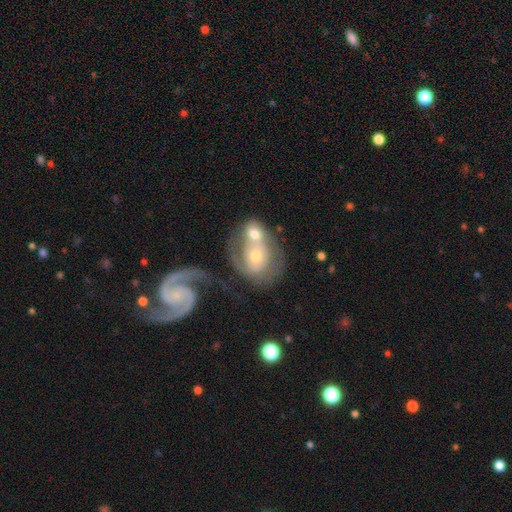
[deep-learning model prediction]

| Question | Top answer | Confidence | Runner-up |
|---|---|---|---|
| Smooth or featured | featured or disk | 68% | smooth (25%) |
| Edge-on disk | no | 96% | yes (4%) |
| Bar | no | 69% | weak (23%) |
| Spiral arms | yes | 78% | no (22%) |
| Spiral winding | tight | 41% | medium (39%) |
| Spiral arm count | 2 | 55% | 1 (20%) |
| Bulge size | moderate | 47% | small (45%) |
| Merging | merger | 64% | none (18%) |